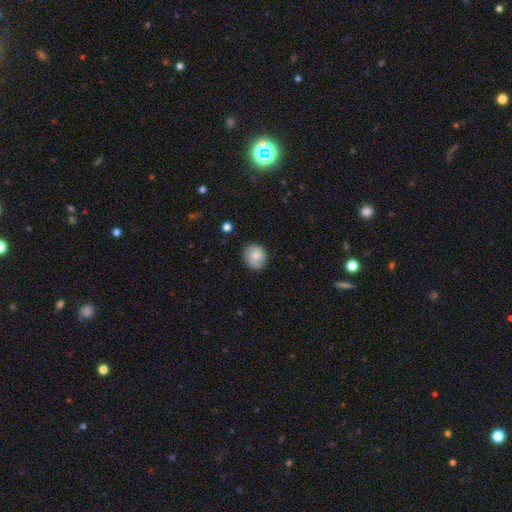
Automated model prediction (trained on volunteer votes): Overall: smooth (52%; featured or disk 40%). How rounded: round (77%). Merging: none (82%).